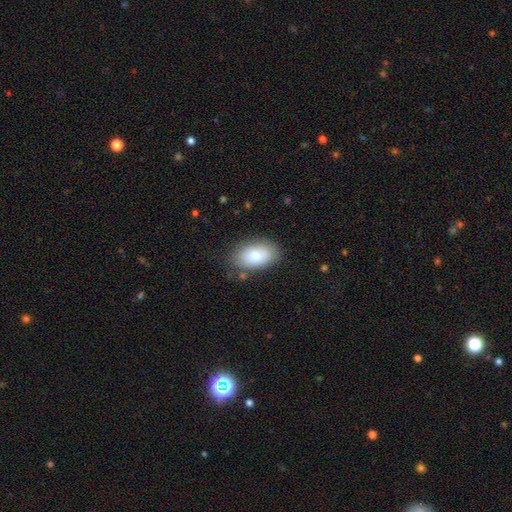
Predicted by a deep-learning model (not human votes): Smooth or featured? Predicted: smooth (p=0.78). How rounded? Predicted: in between (p=0.92). Merging? Predicted: none (p=0.77).